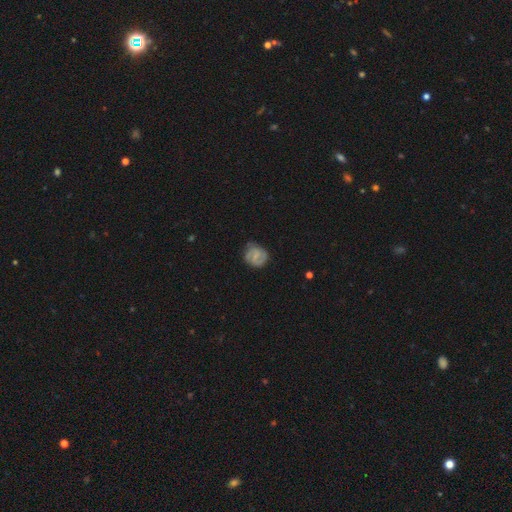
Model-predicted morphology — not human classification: Overall: featured or disk (47%; smooth 45%). Merging: none (66%).